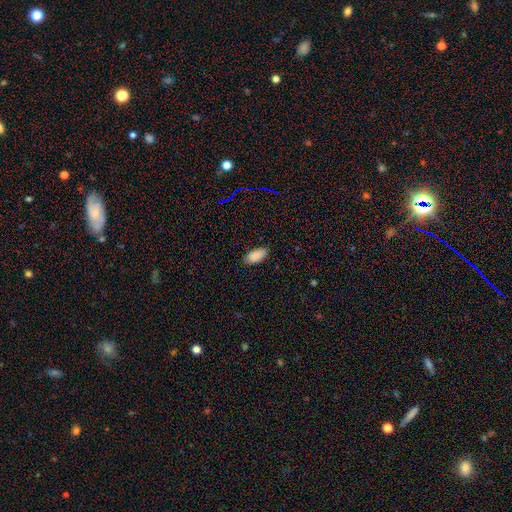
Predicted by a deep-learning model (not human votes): smooth 89%, star or artifact 8%, featured or disk 4%. Down the decision tree: how rounded — in between (93%); merging — none (85%).